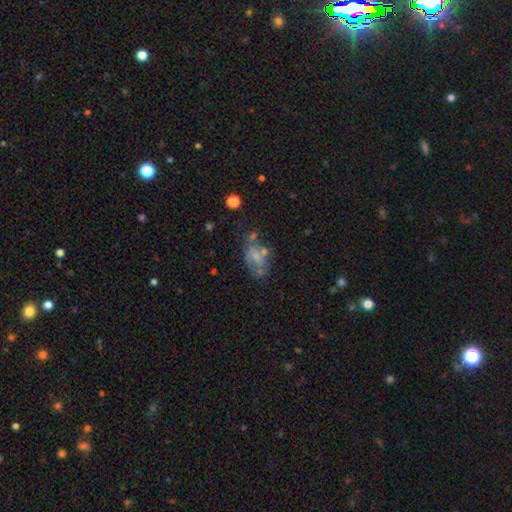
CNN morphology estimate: smooth_or_featured: featured or disk (p=0.48) [alt: smooth p=0.40]
merging: none (p=0.35) [alt: minor disturbance p=0.24]